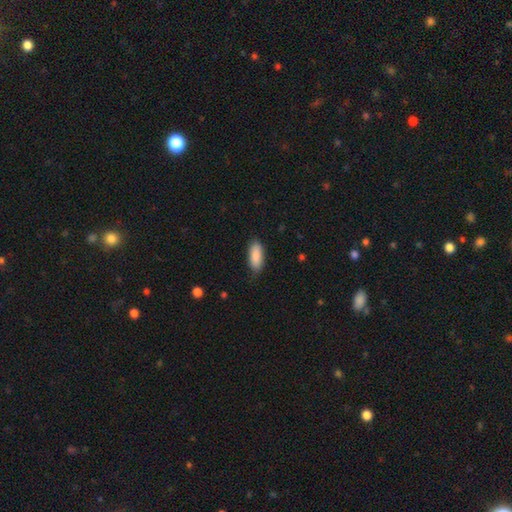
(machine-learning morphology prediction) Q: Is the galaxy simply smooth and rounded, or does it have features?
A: smooth — 89%.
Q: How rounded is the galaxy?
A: in between — 80%.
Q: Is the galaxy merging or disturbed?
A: none — 82%.